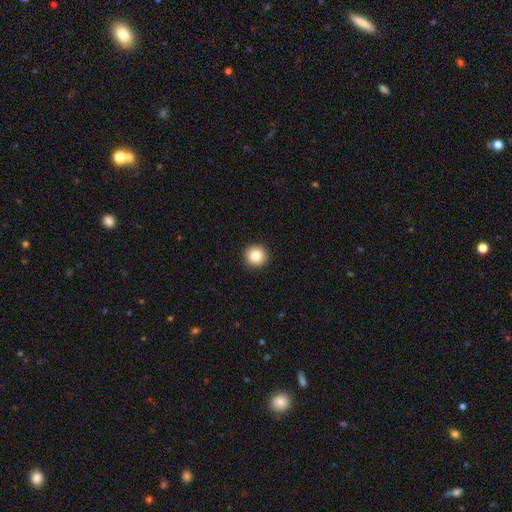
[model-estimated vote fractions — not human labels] smooth 83%, star or artifact 10%, featured or disk 7%. Down the decision tree: how rounded — round (96%); merging — none (94%).